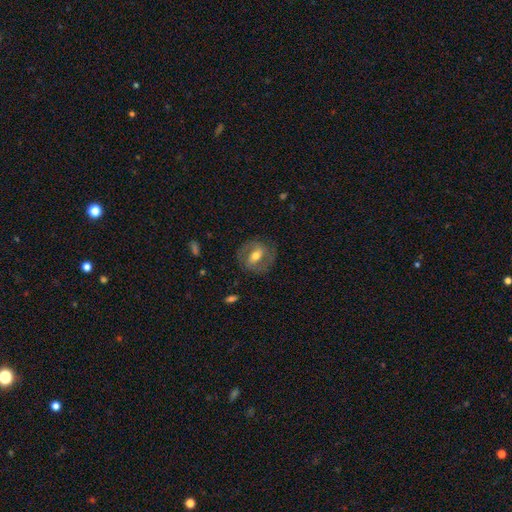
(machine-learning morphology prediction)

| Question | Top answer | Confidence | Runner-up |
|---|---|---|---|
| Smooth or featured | featured or disk | 61% | smooth (33%) |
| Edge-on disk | no | 93% | yes (7%) |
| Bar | strong | 39% | weak (38%) |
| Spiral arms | yes | 64% | no (36%) |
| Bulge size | moderate | 67% | small (20%) |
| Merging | none | 79% | minor disturbance (13%) |